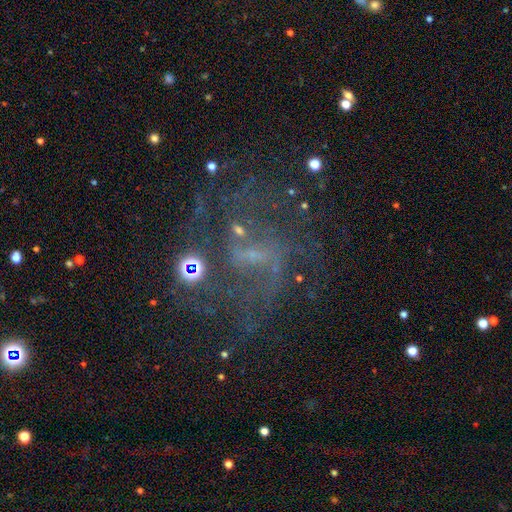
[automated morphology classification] Q: Smooth or featured?
A: featured or disk (69%); runner-up: star or artifact (20%)
Q: Edge-on disk?
A: no (96%); runner-up: yes (4%)
Q: Bar?
A: weak (48%); runner-up: no (32%)
Q: Spiral arms?
A: yes (75%); runner-up: no (25%)
Q: Bulge size?
A: small (57%); runner-up: none (28%)
Q: Merging?
A: none (52%); runner-up: major disturbance (25%)